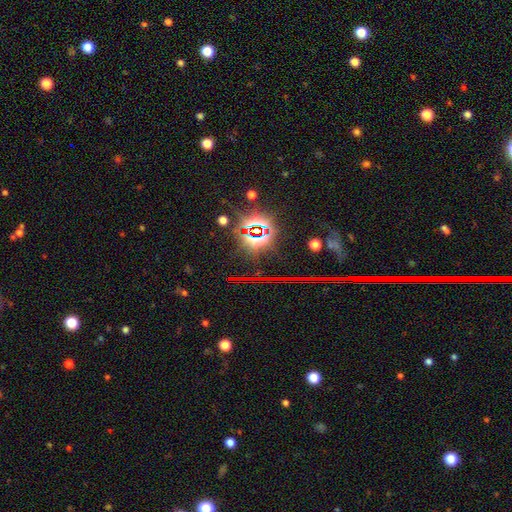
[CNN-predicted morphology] star or artifact 84%, smooth 9%, featured or disk 8%.